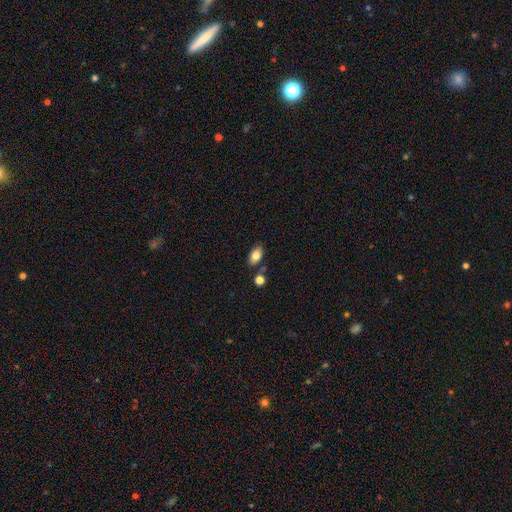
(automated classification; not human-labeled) Morphology: type=smooth (81%); roundness=in between (90%); merging=none (77%).